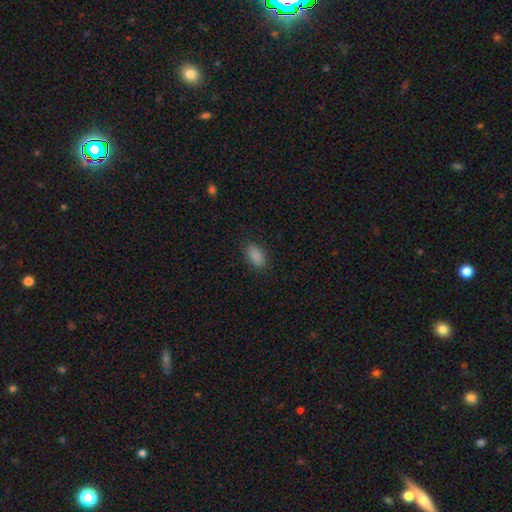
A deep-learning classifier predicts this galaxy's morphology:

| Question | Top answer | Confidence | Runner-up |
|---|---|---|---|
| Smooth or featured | smooth | 89% | star or artifact (8%) |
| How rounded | in between | 92% | round (4%) |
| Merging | none | 86% | minor disturbance (10%) |